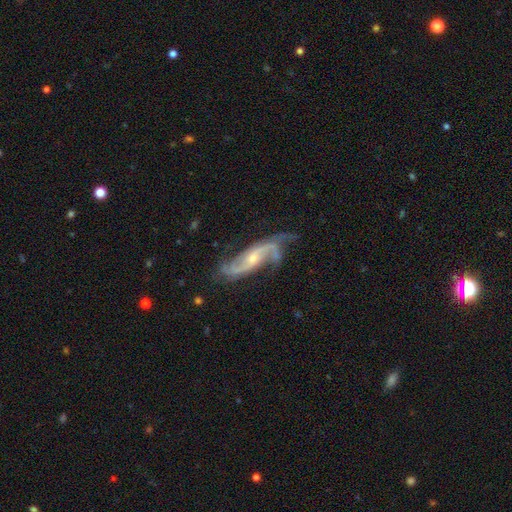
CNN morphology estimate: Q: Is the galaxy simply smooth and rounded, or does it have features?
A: featured or disk — 86%.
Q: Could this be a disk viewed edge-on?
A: no — 85%.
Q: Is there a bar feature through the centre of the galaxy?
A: no — 51%.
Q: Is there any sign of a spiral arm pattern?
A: yes — 96%.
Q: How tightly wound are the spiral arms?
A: loose — 47%.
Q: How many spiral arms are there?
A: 2 — 66%.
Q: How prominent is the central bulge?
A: small — 53%.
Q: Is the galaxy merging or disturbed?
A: none — 69%.